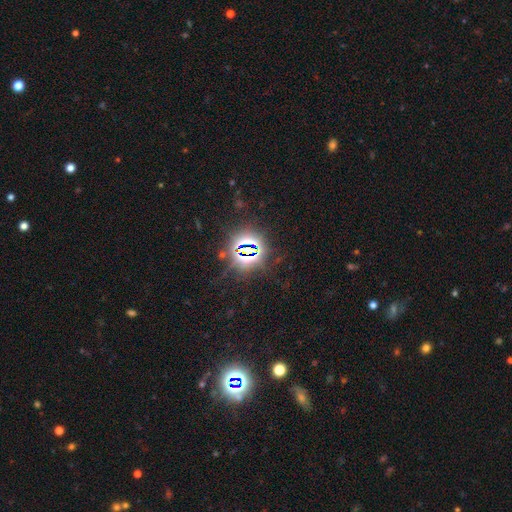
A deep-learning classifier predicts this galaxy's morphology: Overall: star or artifact (82%).